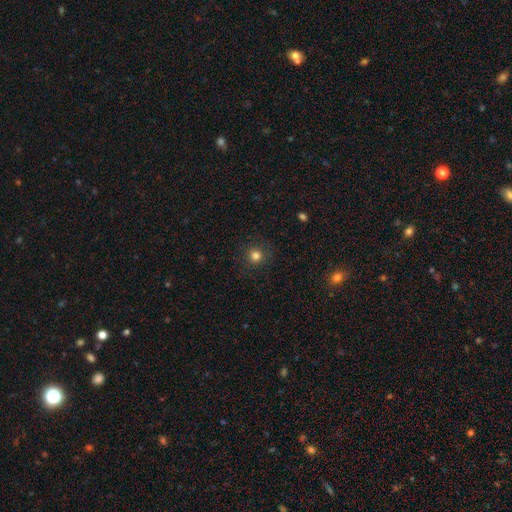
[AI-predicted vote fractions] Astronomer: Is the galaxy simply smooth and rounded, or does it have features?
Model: smooth — 81%.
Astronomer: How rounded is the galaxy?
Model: round — 94%.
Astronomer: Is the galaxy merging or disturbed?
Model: none — 89%.